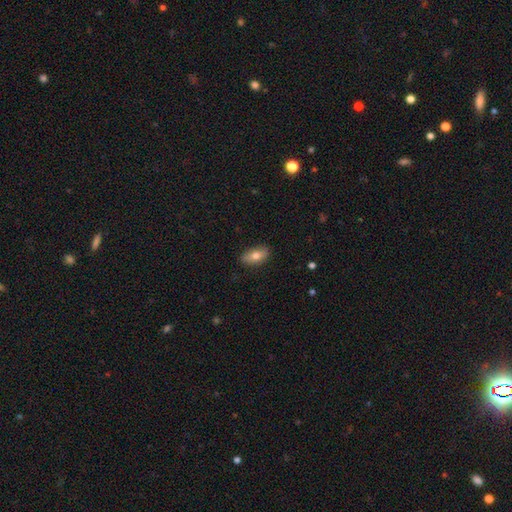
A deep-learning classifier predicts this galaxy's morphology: type=smooth (75%); roundness=in between (88%); merging=none (86%).